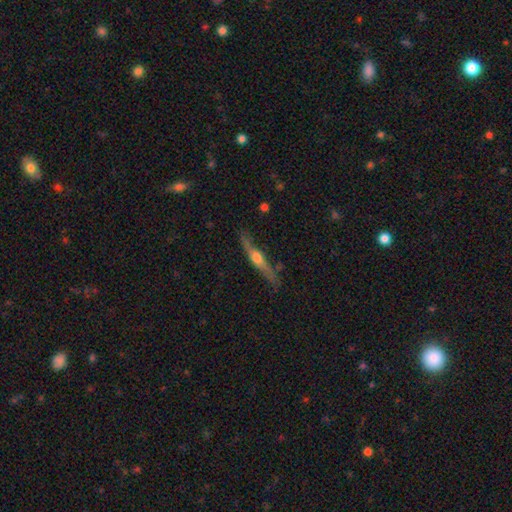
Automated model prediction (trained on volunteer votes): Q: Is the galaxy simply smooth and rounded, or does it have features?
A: featured or disk — 75%.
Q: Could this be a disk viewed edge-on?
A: yes — 96%.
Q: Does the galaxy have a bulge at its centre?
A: rounded — 90%.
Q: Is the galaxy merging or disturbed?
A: none — 80%.